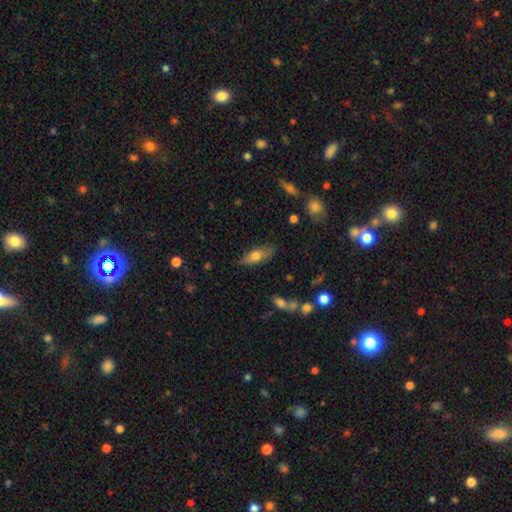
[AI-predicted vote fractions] This appears to be a smooth galaxy with no disk features (66%) that is in between round and cigar-shaped (64%). Merging: none (79%).